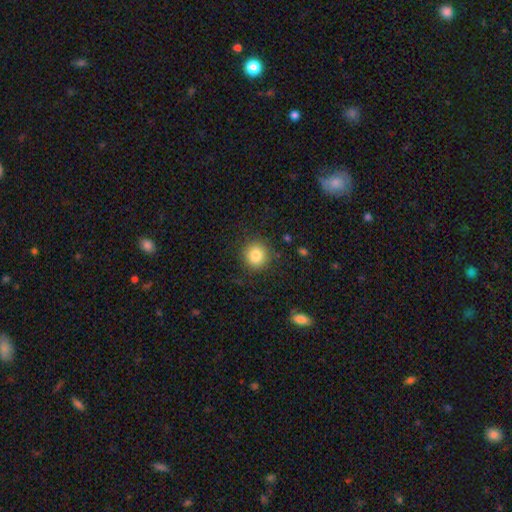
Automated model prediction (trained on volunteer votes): This is clearly a smooth galaxy (83%). How rounded: clearly round (91%). Merging: clearly none (87%).